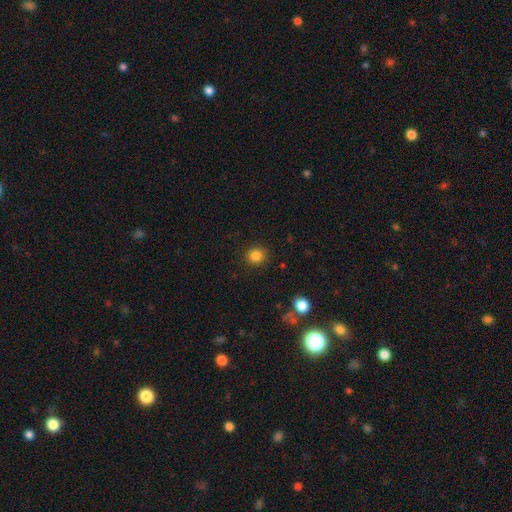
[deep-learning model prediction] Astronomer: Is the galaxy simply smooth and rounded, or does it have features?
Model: smooth — 84%.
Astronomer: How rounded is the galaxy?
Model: round — 88%.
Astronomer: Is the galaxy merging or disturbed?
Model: none — 90%.